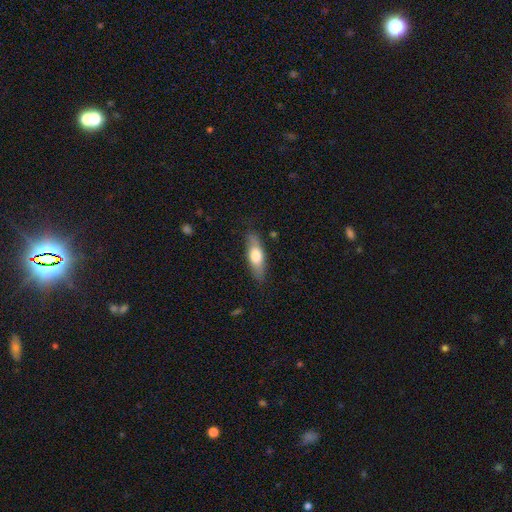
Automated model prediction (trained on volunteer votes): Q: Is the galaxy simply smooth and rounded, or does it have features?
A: smooth — 64%.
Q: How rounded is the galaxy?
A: in between — 55%.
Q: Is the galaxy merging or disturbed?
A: none — 82%.